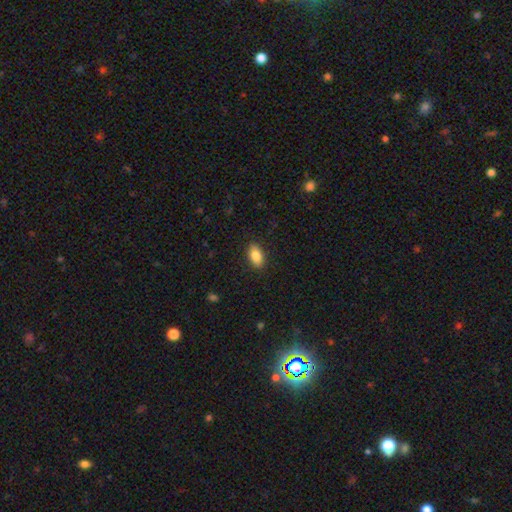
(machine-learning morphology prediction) Overall: smooth (84%). How rounded: in between (90%). Merging: none (89%).